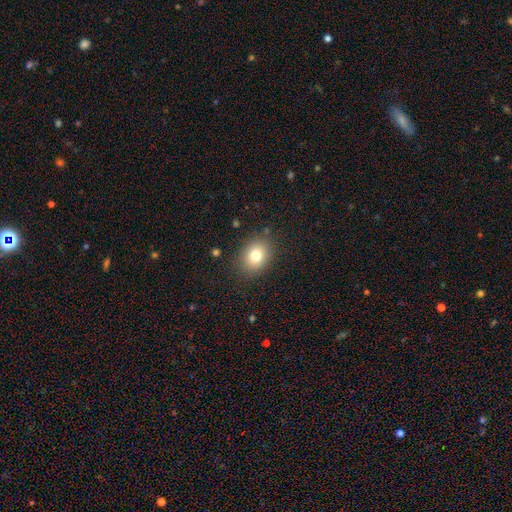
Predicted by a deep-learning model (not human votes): smooth-or-featured: smooth: 77% | star or artifact: 12% | featured or disk: 11%
  how-rounded: in between: 54% | round: 45% | cigar-shaped: 1%
  merging: none: 85% | minor disturbance: 11% | major disturbance: 4% | merger: 1%